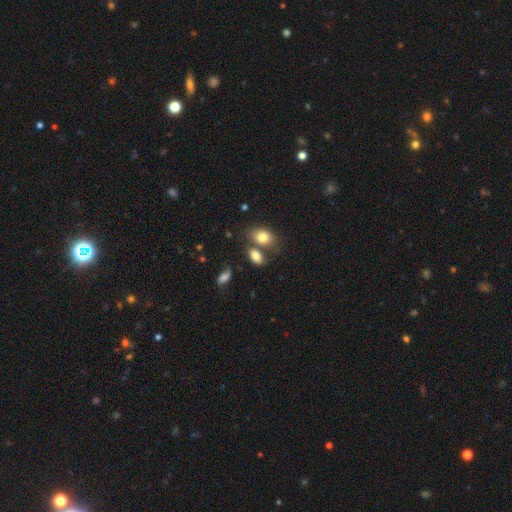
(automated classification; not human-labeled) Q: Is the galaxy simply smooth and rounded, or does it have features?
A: smooth — 79%.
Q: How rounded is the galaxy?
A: in between — 84%.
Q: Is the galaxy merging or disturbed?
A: none — 46%.